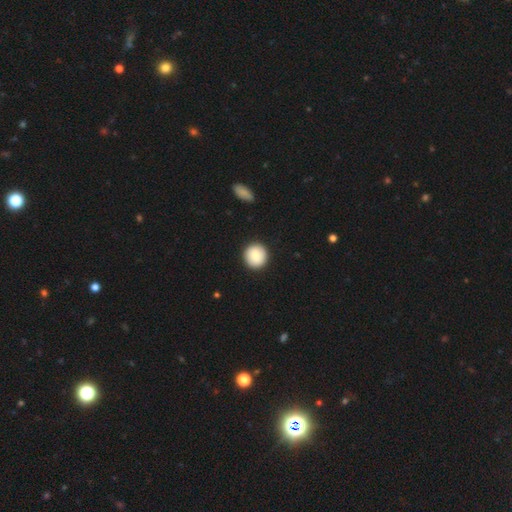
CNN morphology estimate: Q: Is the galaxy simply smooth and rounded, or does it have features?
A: smooth — 83%.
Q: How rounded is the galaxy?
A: round — 91%.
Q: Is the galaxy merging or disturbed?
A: none — 91%.